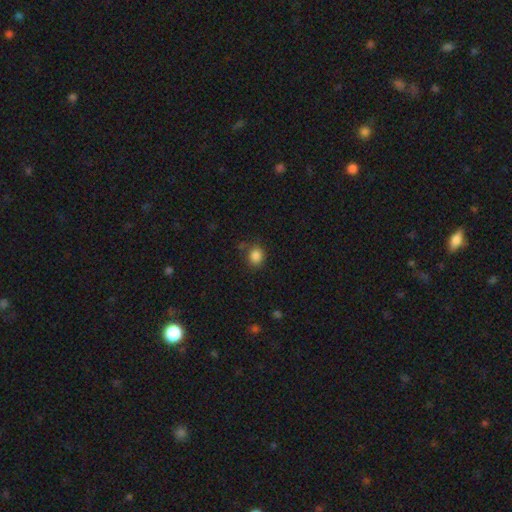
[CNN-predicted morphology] A smooth galaxy with no disk features (85%) that is round (69%).

Vote fractions:
- Smooth or featured? smooth: 85% / star or artifact: 11% / featured or disk: 4%
- How rounded? round: 69% / in between: 30% / cigar-shaped: 1%
- Merging? none: 77% / minor disturbance: 15% / major disturbance: 5% / merger: 4%